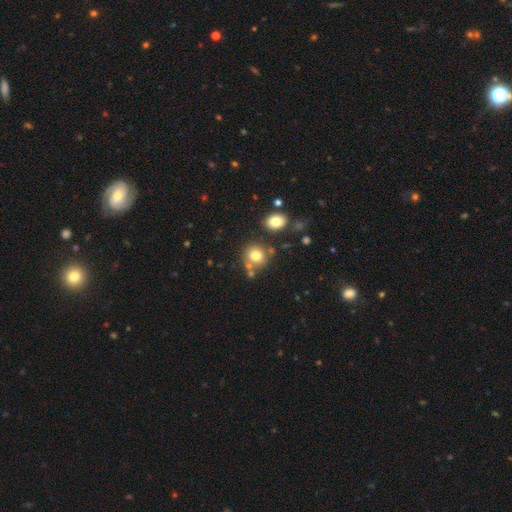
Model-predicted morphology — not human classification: This is likely a smooth galaxy (77%). How rounded: clearly round (85%). Merging: likely none (69%).